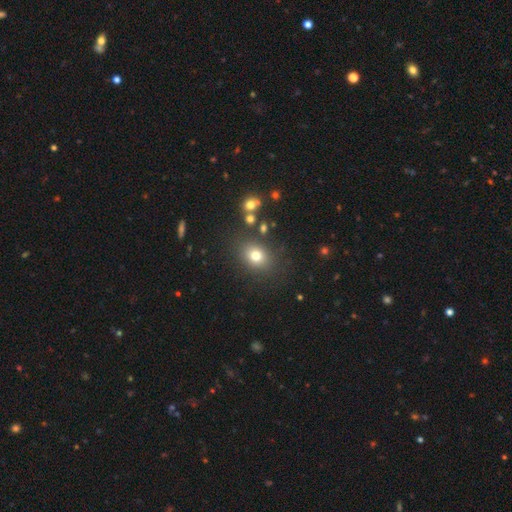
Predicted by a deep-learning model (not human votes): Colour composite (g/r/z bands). It shows a smooth galaxy with no disk features (76%) that is round (58%). Merging: none (82%).